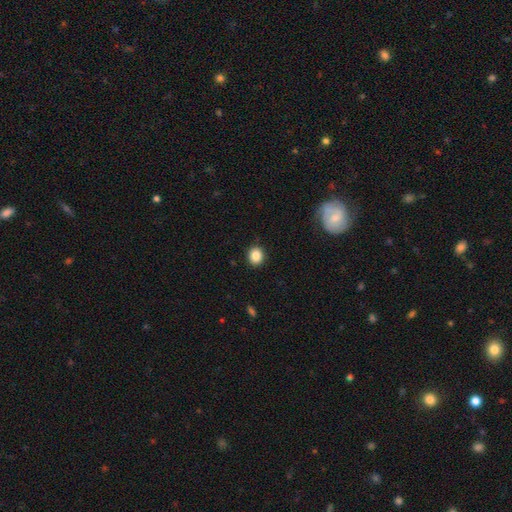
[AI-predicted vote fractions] smooth-or-featured: smooth: 86% | star or artifact: 9% | featured or disk: 4%
  how-rounded: round: 75% | in between: 24% | cigar-shaped: 1%
  merging: none: 90% | minor disturbance: 7% | major disturbance: 2% | merger: 1%